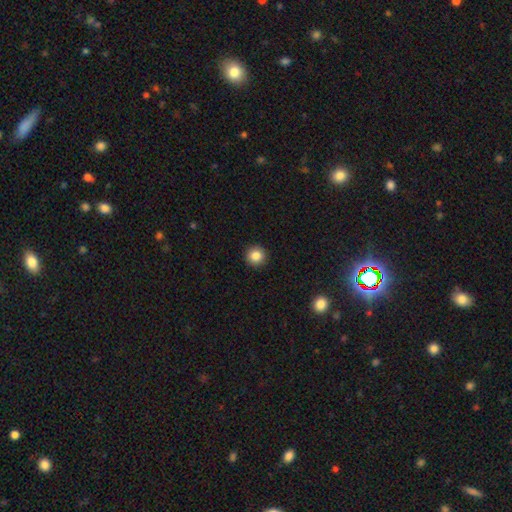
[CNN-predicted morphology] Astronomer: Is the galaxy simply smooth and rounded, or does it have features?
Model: smooth — 85%.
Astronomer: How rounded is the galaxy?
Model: round — 95%.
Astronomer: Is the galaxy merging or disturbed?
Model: none — 93%.